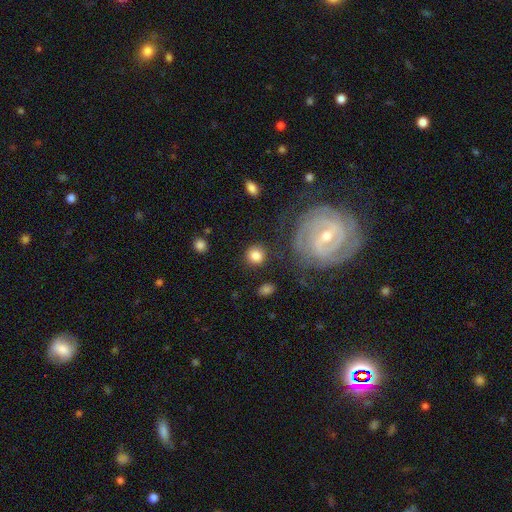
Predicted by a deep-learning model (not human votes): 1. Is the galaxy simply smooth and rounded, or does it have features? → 80% smooth, 11% featured or disk, 9% star or artifact.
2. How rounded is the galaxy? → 89% round, 10% in between, 1% cigar-shaped.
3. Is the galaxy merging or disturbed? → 83% none, 9% minor disturbance, 5% major disturbance, 3% merger.